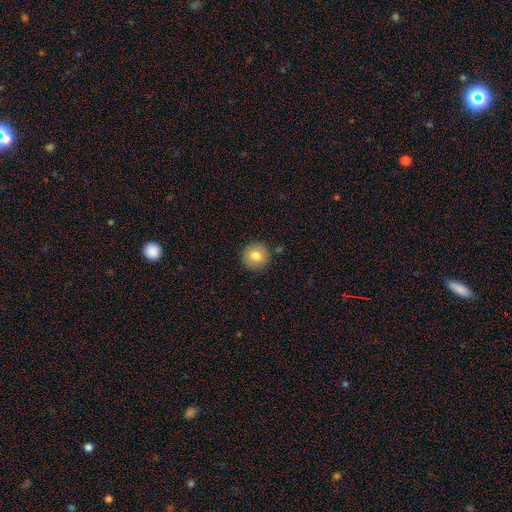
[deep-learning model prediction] smooth 79%, featured or disk 12%, star or artifact 9%. Down the decision tree: how rounded — round (94%); merging — none (88%).